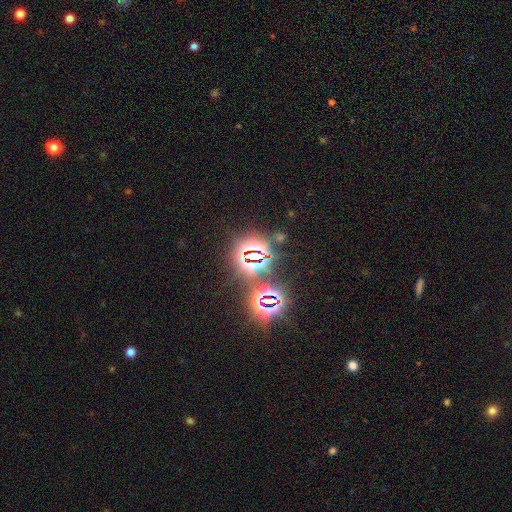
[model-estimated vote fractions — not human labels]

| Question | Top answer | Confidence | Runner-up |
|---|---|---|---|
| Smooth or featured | star or artifact | 80% | smooth (12%) |